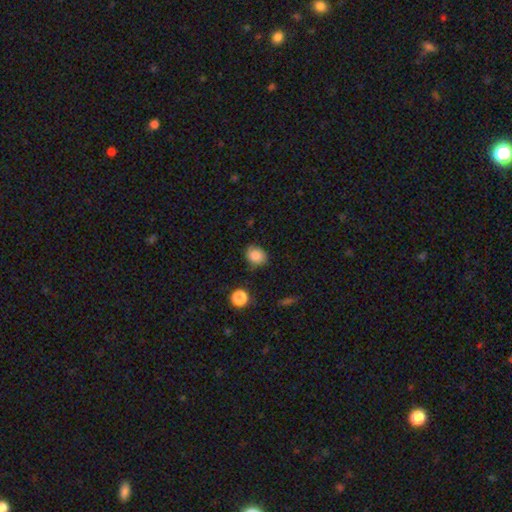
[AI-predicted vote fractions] Smooth or featured? smooth (84%)
How rounded? round (63%)
Merging? none (75%)